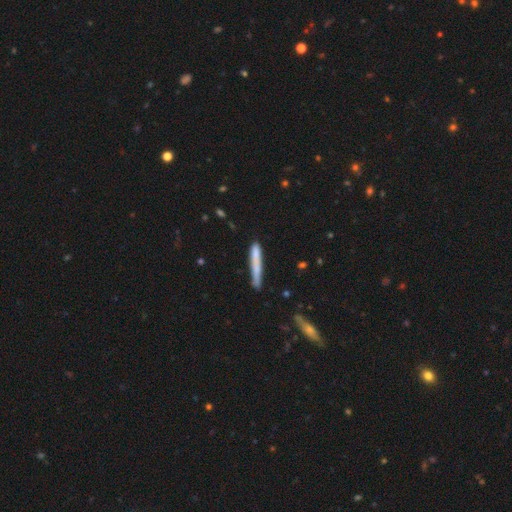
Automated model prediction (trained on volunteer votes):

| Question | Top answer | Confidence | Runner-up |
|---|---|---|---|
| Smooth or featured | smooth | 71% | featured or disk (22%) |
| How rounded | cigar-shaped | 96% | in between (3%) |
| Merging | none | 78% | minor disturbance (17%) |